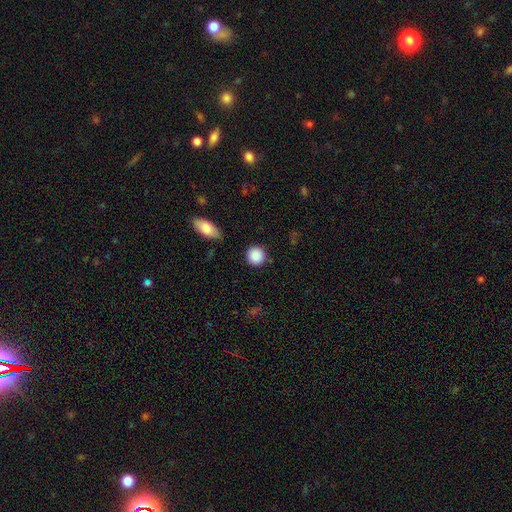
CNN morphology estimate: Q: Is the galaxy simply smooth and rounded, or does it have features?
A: smooth — 89%.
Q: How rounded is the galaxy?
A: round — 92%.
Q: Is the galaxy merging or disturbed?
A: none — 87%.